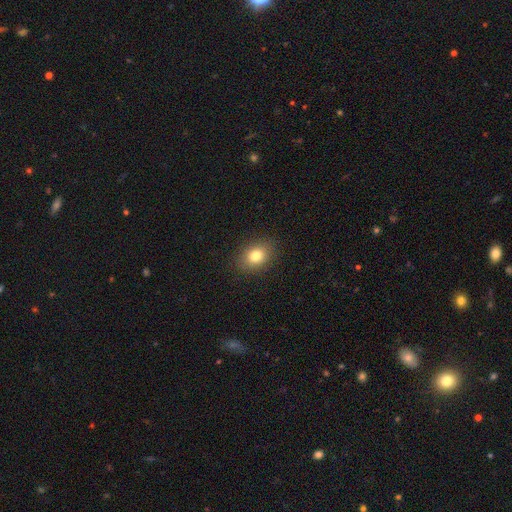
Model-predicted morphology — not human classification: Q: Smooth or featured?
A: smooth (79%); runner-up: star or artifact (11%)
Q: How rounded?
A: in between (60%); runner-up: round (39%)
Q: Merging?
A: none (89%); runner-up: minor disturbance (8%)